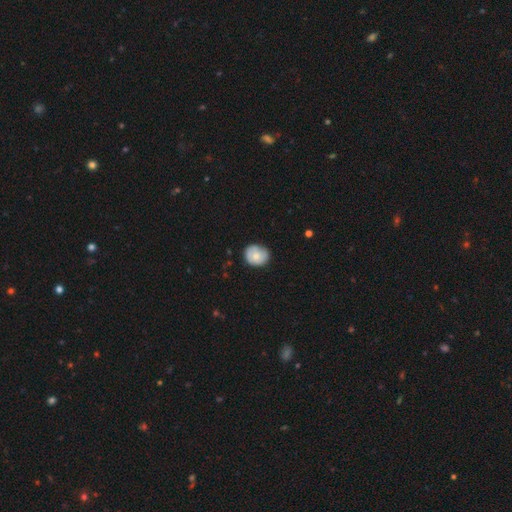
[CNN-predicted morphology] Smooth or featured? Predicted: smooth (p=0.69). How rounded? Predicted: round (p=0.68). Merging? Predicted: none (p=0.70).